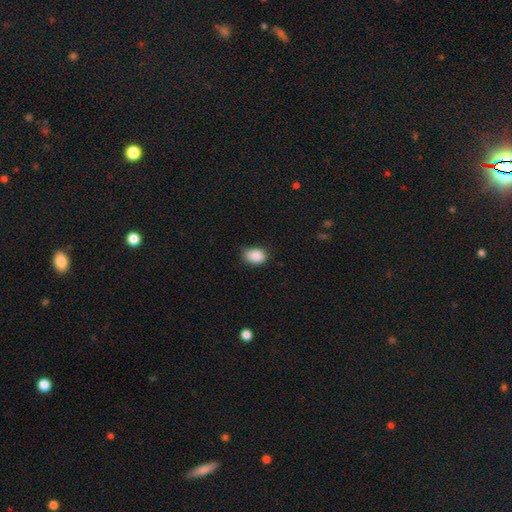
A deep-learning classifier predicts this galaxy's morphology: Overall: smooth (89%). How rounded: in between (78%). Merging: none (68%).